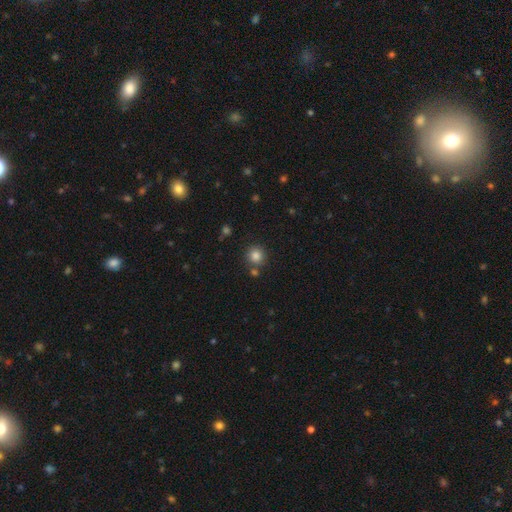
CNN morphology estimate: The model was most divided on "merging": none: 80%, merger: 10%, minor disturbance: 8%, major disturbance: 3%. More confident: how rounded — round (93%); smooth or featured — smooth (84%).